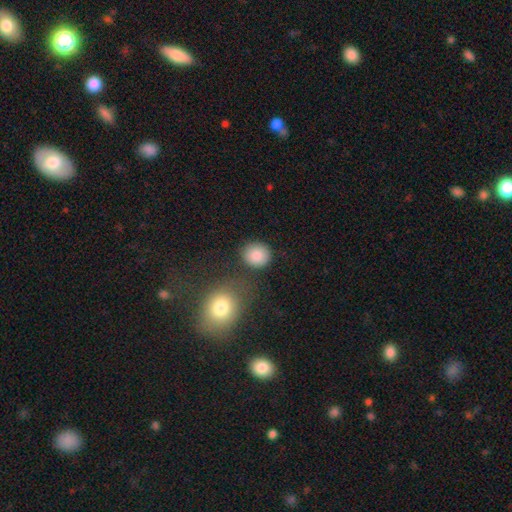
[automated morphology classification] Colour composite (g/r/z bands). It shows a smooth galaxy with no disk features (87%) that is round (86%). Merging: none (81%).